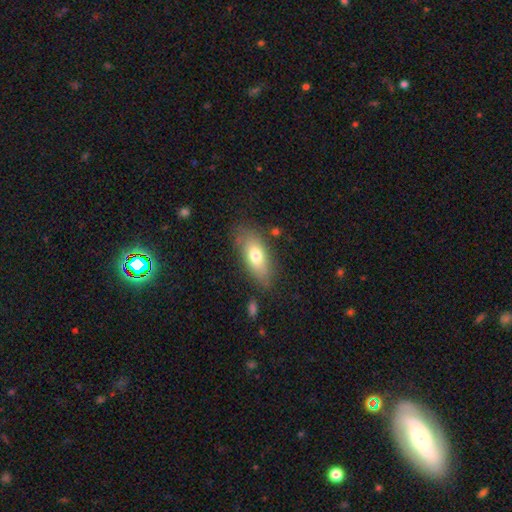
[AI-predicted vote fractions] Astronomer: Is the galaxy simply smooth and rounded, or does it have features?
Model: smooth — 72%.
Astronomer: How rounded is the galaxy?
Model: in between — 82%.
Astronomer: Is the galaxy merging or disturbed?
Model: none — 77%.